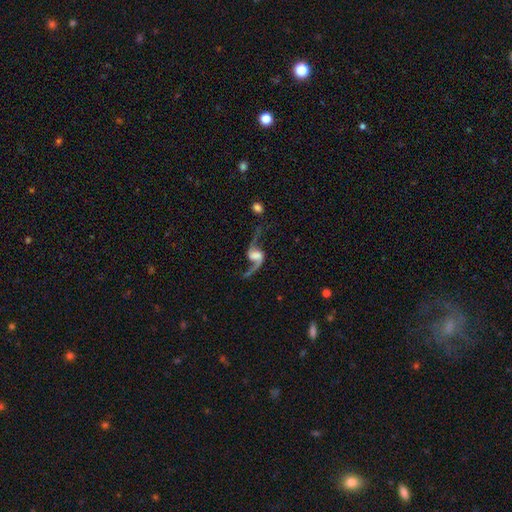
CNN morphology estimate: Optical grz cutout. It shows a featured or disk galaxy (88%) with a weak bar (41%), 2 (92%) loose (88%) spiral arms (97%) and no central bulge (37%). Merging: none (63%).